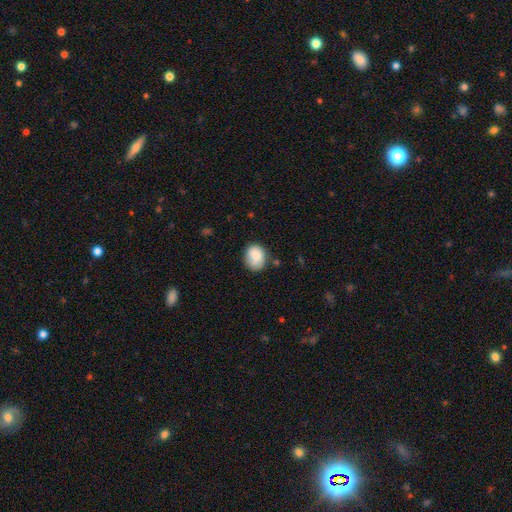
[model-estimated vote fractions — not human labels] This is clearly a smooth galaxy (81%). How rounded: possibly round (52%). Merging: likely none (67%).